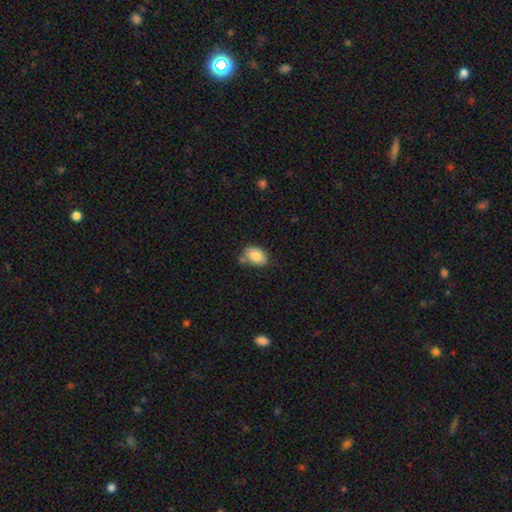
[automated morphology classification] Smooth or featured? Predicted: smooth (p=0.84). How rounded? Predicted: in between (p=0.84). Merging? Predicted: none (p=0.64).